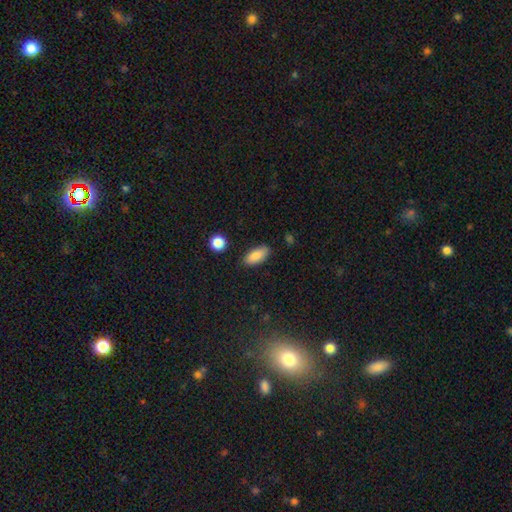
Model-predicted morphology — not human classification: The model was most divided on "merging": none: 83%, minor disturbance: 12%, major disturbance: 3%, merger: 2%. More confident: how rounded — in between (87%); smooth or featured — smooth (86%).